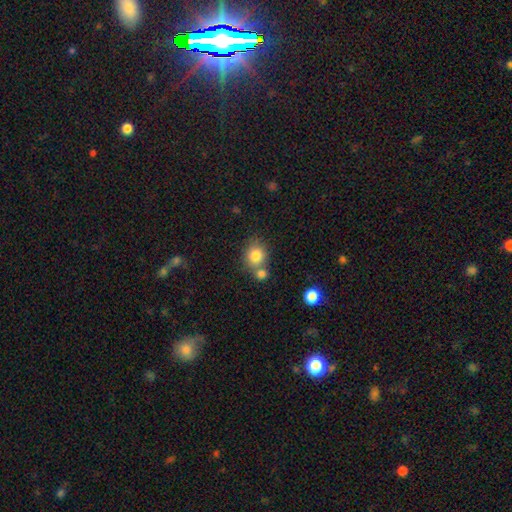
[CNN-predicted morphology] type=smooth (81%); roundness=round (75%); merging=none (56%).